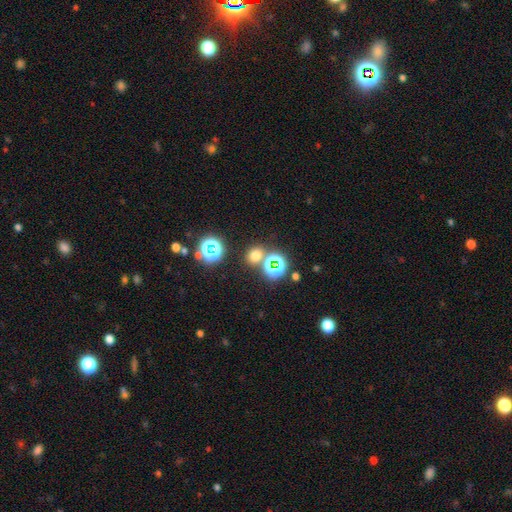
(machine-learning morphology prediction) Smooth or featured? Predicted: smooth (p=0.62). How rounded? Predicted: round (p=0.75). Merging? Predicted: none (p=0.73).